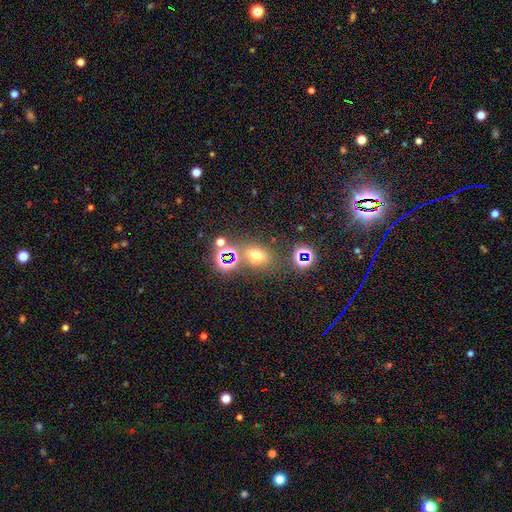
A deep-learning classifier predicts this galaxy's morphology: type=smooth (58%); roundness=in between (54%); merging=none (70%).